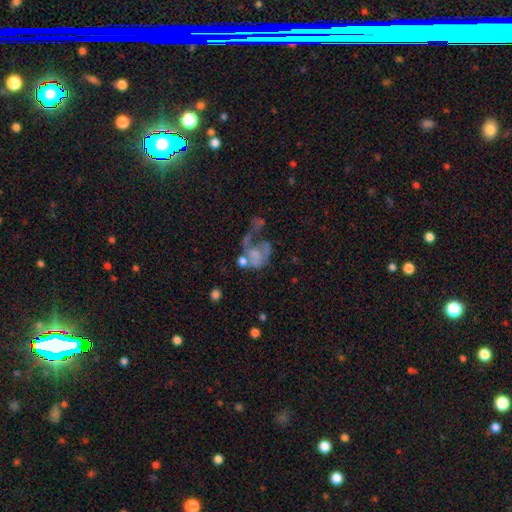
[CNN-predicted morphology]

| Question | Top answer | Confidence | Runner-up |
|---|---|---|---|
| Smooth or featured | featured or disk | 52% | smooth (35%) |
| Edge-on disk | no | 98% | yes (2%) |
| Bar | no | 87% | weak (10%) |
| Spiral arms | no | 70% | yes (30%) |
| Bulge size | none | 60% | small (18%) |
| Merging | major disturbance | 49% | merger (25%) |